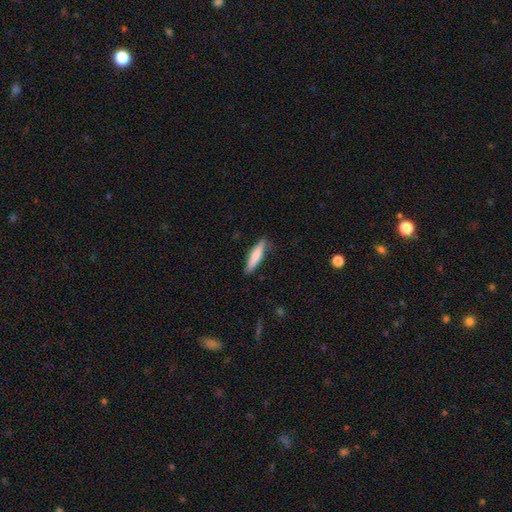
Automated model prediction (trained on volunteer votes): This is likely a smooth galaxy (74%). How rounded: clearly cigar-shaped (81%). Merging: clearly none (83%).